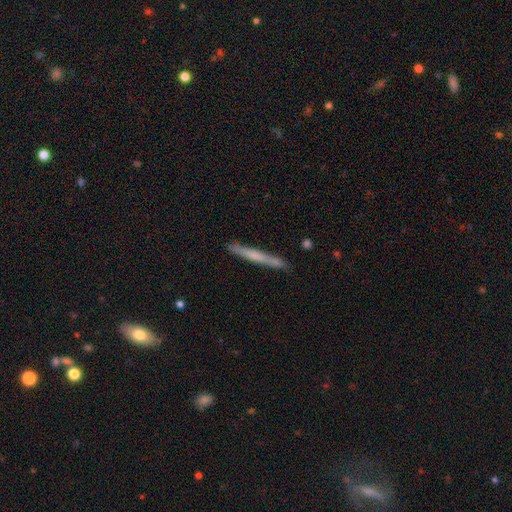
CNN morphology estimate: smooth_or_featured: smooth (p=0.49) [alt: featured or disk p=0.44]
merging: none (p=0.88) [alt: minor disturbance p=0.09]